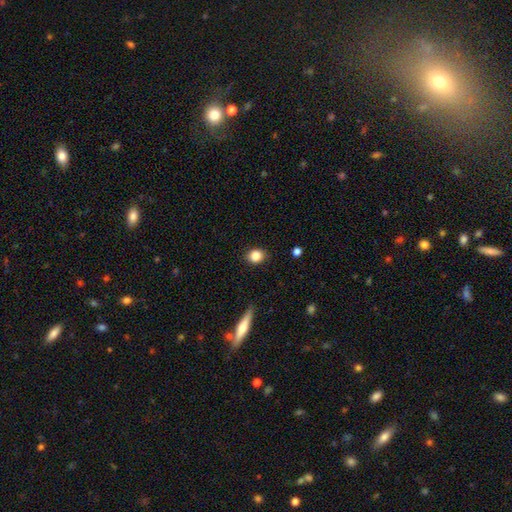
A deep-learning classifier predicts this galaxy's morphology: Smooth or featured?
  - smooth: 84% *
  - star or artifact: 9%
  - featured or disk: 6%
How rounded?
  - round: 65% *
  - in between: 34%
  - cigar-shaped: 2%
Merging?
  - none: 87% *
  - minor disturbance: 10%
  - major disturbance: 2%
  - merger: 1%